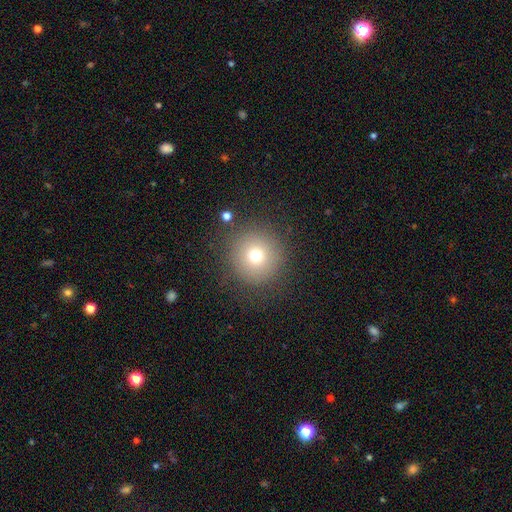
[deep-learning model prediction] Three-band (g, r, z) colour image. It shows a smooth galaxy with no disk features (72%) that is round (95%). Merging: none (87%).